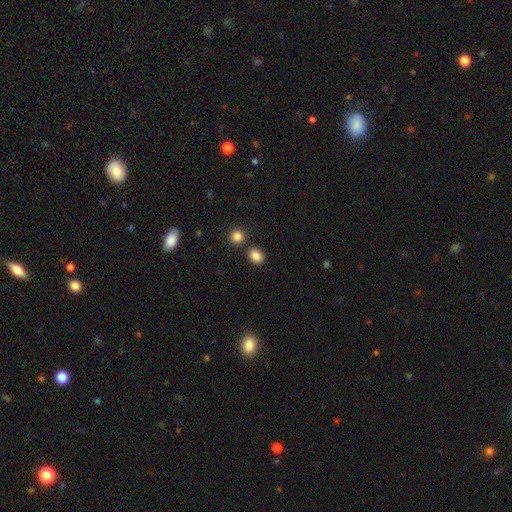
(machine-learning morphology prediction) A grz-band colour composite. It shows a smooth galaxy with no disk features (85%) that is in between round and cigar-shaped (61%). Merging: none (78%).